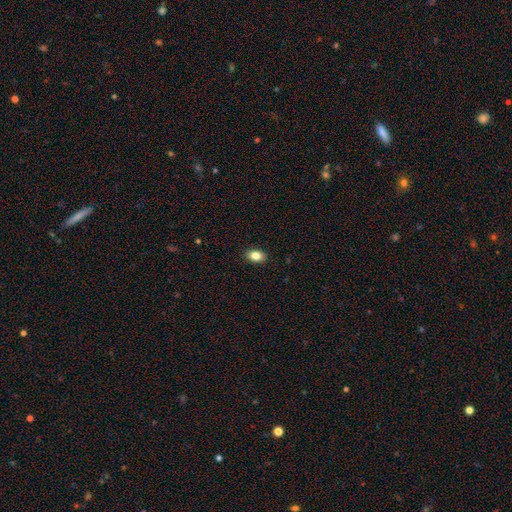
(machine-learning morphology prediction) Smooth or featured? smooth (84%)
How rounded? in between (85%)
Merging? none (90%)